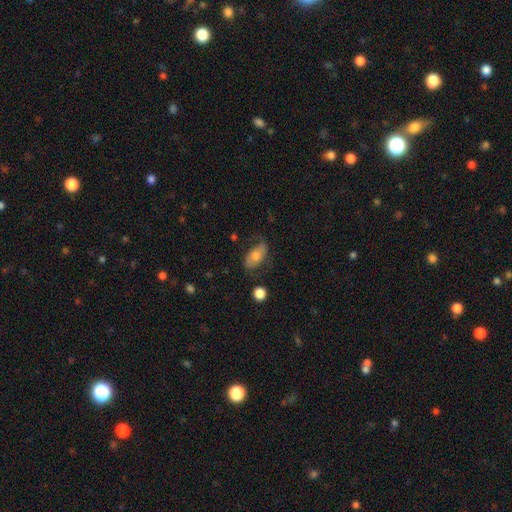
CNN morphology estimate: smooth_or_featured: smooth (p=0.63) [alt: featured or disk p=0.29]
how_rounded: in between (p=0.89) [alt: cigar-shaped p=0.05]
merging: none (p=0.63) [alt: minor disturbance p=0.24]